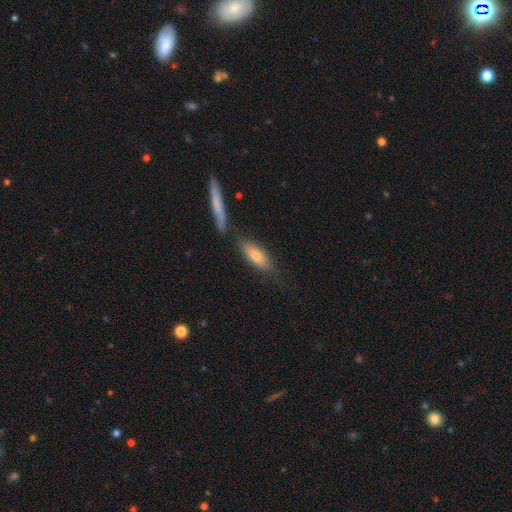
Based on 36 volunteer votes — Morphology: type=smooth (53%); roundness=cigar-shaped (58%); merging=none (50%).